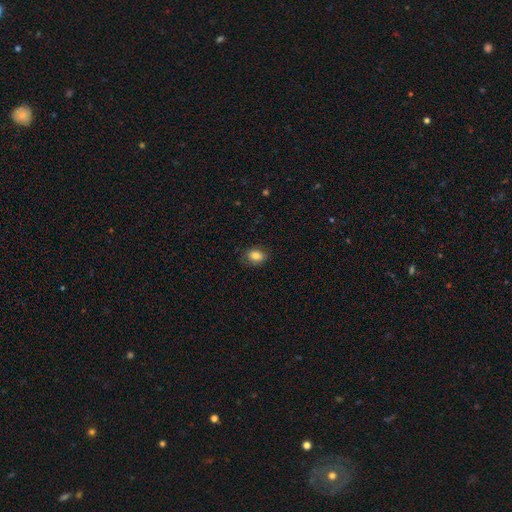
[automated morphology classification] smooth-or-featured: smooth: 80% | featured or disk: 11% | star or artifact: 9%
  how-rounded: in between: 72% | round: 27% | cigar-shaped: 1%
  merging: none: 81% | minor disturbance: 14% | major disturbance: 4% | merger: 1%